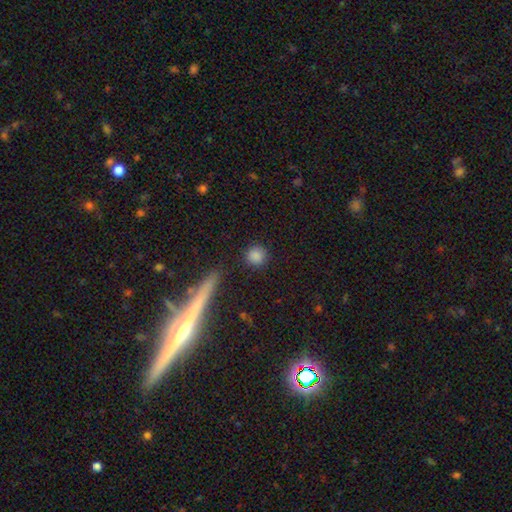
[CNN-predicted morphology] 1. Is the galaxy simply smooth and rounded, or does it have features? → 85% smooth, 11% star or artifact, 5% featured or disk.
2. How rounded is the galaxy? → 91% round, 7% in between, 2% cigar-shaped.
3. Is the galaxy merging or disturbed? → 87% none, 7% minor disturbance, 3% major disturbance, 3% merger.